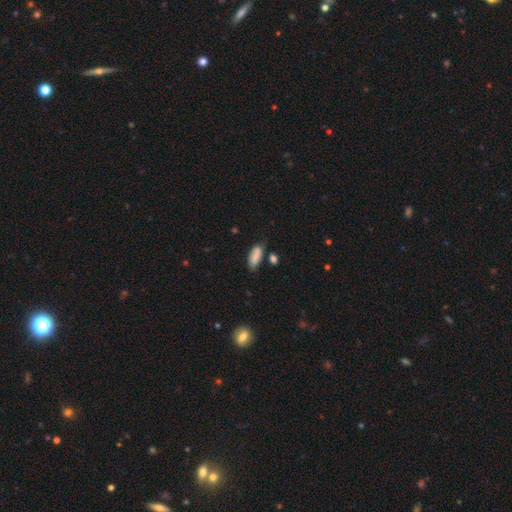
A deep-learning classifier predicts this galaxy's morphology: smooth_or_featured: smooth (p=0.84) [alt: featured or disk p=0.09]
how_rounded: in between (p=0.76) [alt: cigar-shaped p=0.21]
merging: none (p=0.65) [alt: minor disturbance p=0.23]